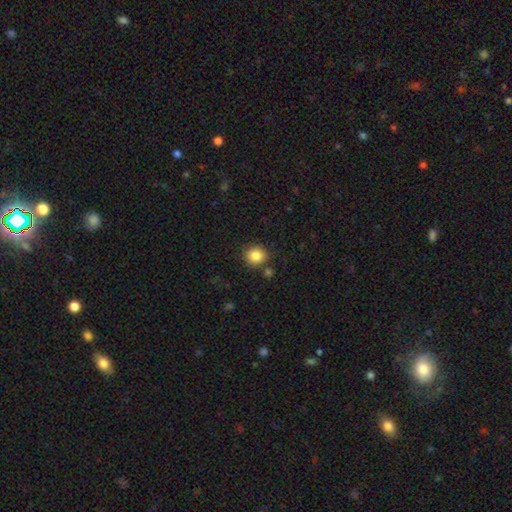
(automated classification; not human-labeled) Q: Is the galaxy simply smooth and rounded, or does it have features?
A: smooth — 86%.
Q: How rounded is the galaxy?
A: round — 83%.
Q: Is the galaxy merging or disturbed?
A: none — 82%.